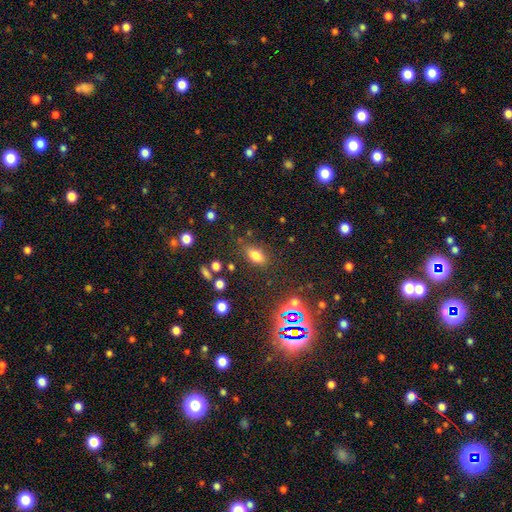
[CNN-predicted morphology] This is likely a smooth galaxy (74%). How rounded: clearly in between (83%). Merging: likely none (79%).